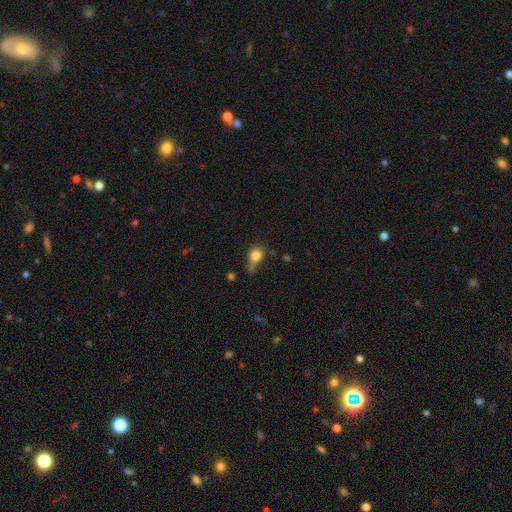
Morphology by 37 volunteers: Volunteers were most divided on "how rounded": round: 53%, in between: 47%, cigar-shaped: 0%. Remaining: smooth or featured — smooth (86%); merging — minor disturbance (39%).